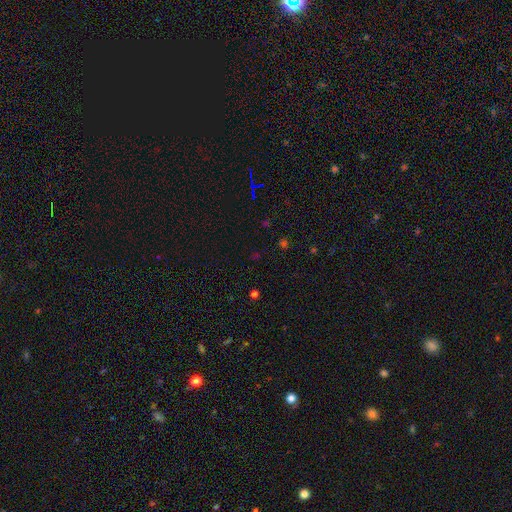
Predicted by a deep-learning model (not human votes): Smooth or featured: star or artifact — 63% (smooth — 29%)